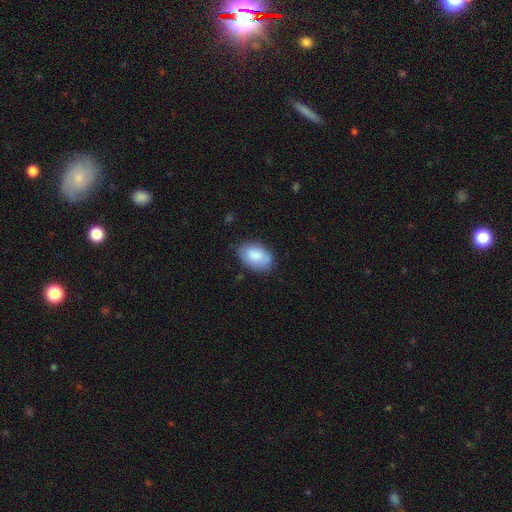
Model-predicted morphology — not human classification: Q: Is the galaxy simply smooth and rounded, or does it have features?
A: smooth — 83%.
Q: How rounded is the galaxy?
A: in between — 90%.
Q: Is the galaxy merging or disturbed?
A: none — 73%.